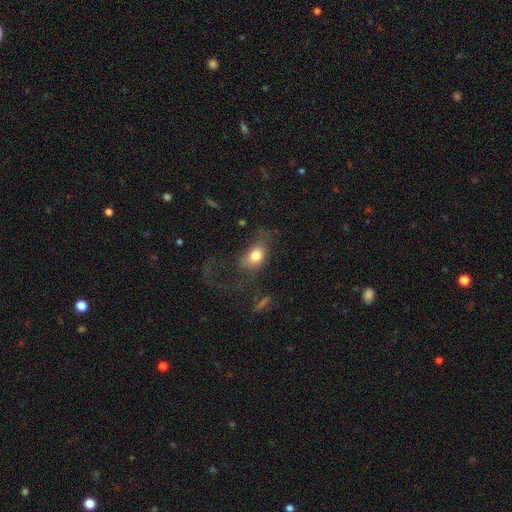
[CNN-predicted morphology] Smooth or featured: smooth — 72% (featured or disk — 19%)
How rounded: in between — 73% (round — 23%)
Merging: major disturbance — 52% (none — 28%)